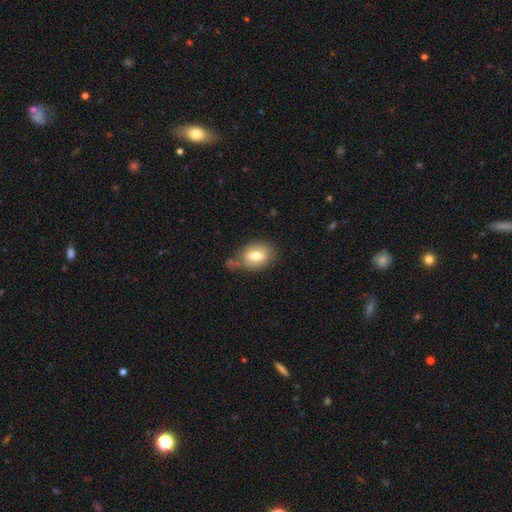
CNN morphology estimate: Smooth or featured?
  - smooth: 74% *
  - featured or disk: 18%
  - star or artifact: 8%
How rounded?
  - in between: 80% *
  - round: 18%
  - cigar-shaped: 2%
Merging?
  - none: 60% *
  - minor disturbance: 22%
  - merger: 10%
  - major disturbance: 7%